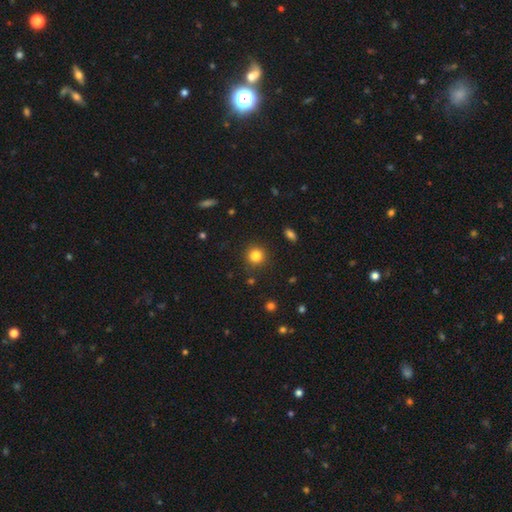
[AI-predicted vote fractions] Overall: smooth (83%). How rounded: round (92%). Merging: none (88%).